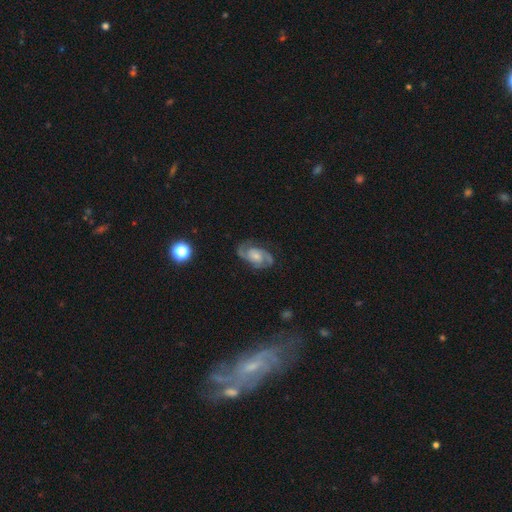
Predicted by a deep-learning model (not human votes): Smooth or featured? featured or disk (87%)
Edge-on disk? no (97%)
Bar? no (60%)
Spiral arms? yes (97%)
Spiral winding? medium (52%)
Spiral arm count? 2 (91%)
Bulge size? small (49%)
Merging? none (77%)